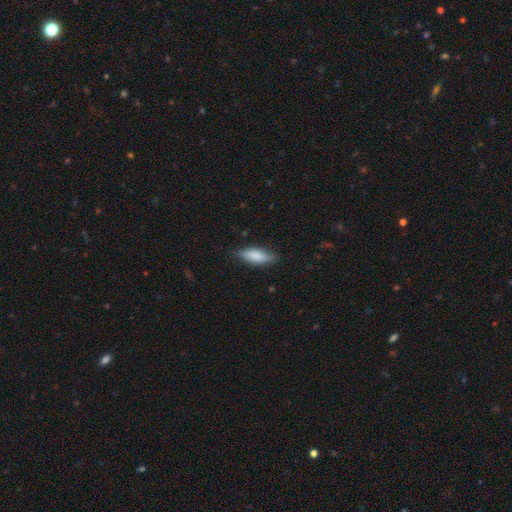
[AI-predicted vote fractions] smooth 78%, featured or disk 16%, star or artifact 6%. Down the decision tree: how rounded — in between (59%); merging — none (80%).